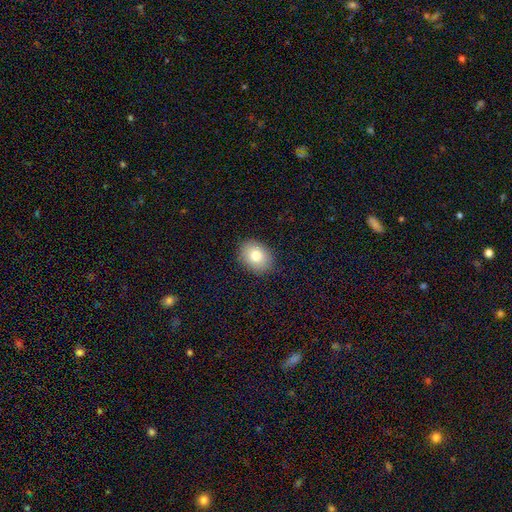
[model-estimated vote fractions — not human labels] Q: Smooth or featured?
A: smooth (81%); runner-up: featured or disk (11%)
Q: How rounded?
A: in between (63%); runner-up: round (36%)
Q: Merging?
A: none (88%); runner-up: minor disturbance (9%)